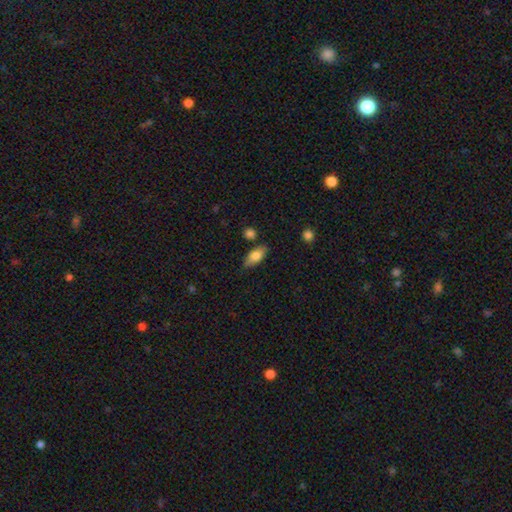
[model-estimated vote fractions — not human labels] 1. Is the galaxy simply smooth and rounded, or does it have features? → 75% smooth, 19% featured or disk, 7% star or artifact.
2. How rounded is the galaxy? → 82% in between, 14% cigar-shaped, 4% round.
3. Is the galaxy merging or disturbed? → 78% none, 15% minor disturbance, 5% merger, 3% major disturbance.